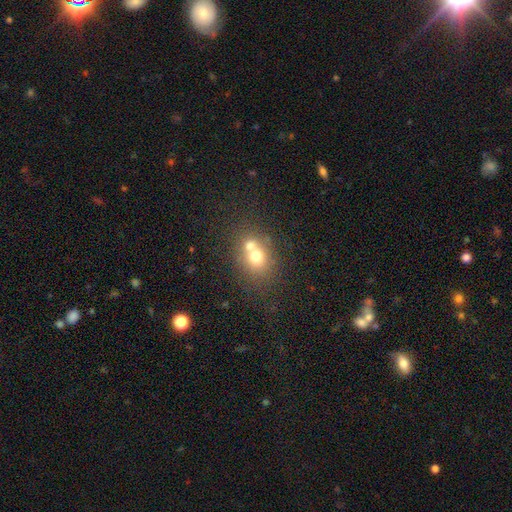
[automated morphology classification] A smooth galaxy with no disk features (66%) that is round (63%). Merging: merger (52%).